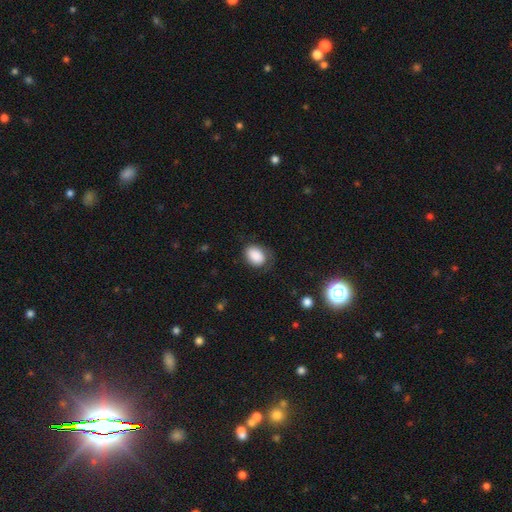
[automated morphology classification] smooth_or_featured: smooth (p=0.86) [alt: star or artifact p=0.07]
how_rounded: in between (p=0.73) [alt: round p=0.26]
merging: none (p=0.64) [alt: minor disturbance p=0.24]